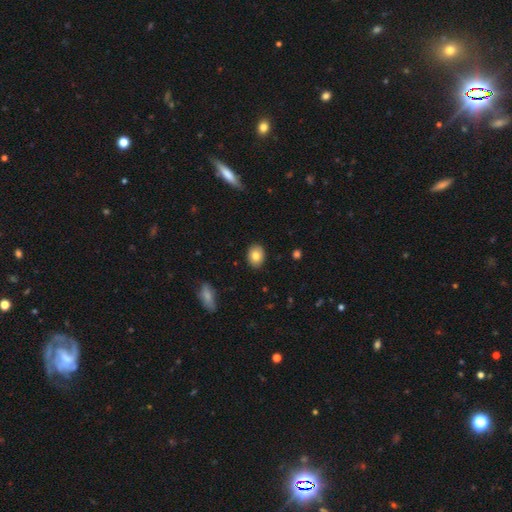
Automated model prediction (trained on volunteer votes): Smooth or featured: smooth — 82% (featured or disk — 10%)
How rounded: in between — 59% (round — 39%)
Merging: none — 90% (minor disturbance — 8%)